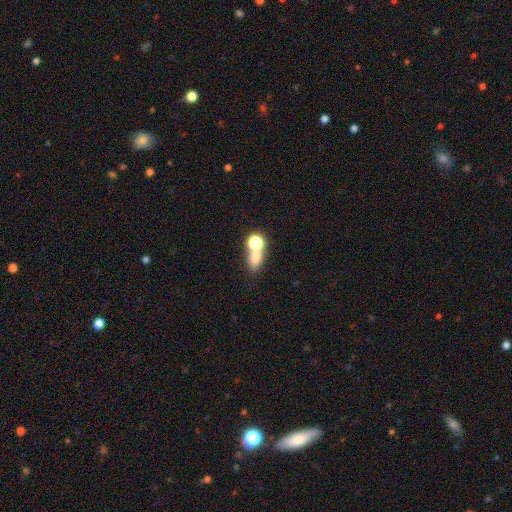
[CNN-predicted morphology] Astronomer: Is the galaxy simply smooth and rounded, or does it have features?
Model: smooth — 69%.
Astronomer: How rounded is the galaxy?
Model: in between — 61%.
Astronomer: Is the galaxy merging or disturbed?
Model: merger — 44% (runner-up: none, 42%).